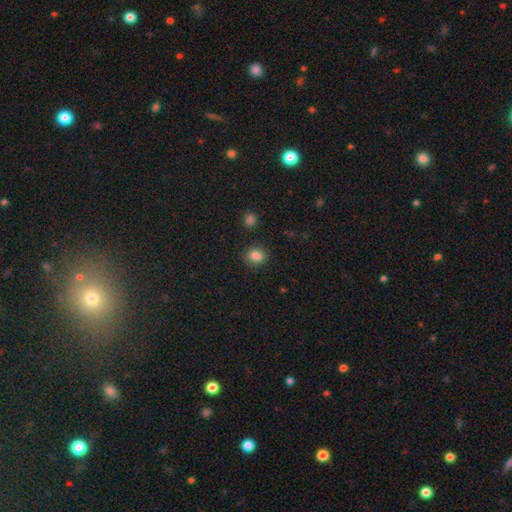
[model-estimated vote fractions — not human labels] A smooth galaxy with no disk features (85%) that is round (60%).

Vote fractions:
- Smooth or featured? smooth: 85% / star or artifact: 11% / featured or disk: 4%
- How rounded? round: 60% / in between: 39% / cigar-shaped: 1%
- Merging? none: 86% / minor disturbance: 9% / major disturbance: 3% / merger: 2%